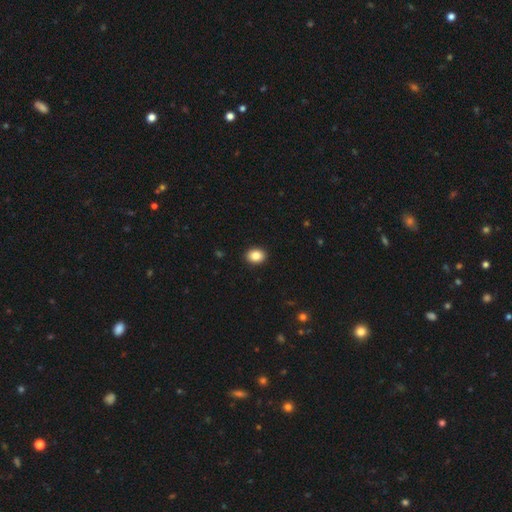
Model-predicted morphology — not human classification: Smooth or featured?
  - smooth: 86% *
  - star or artifact: 9%
  - featured or disk: 5%
How rounded?
  - in between: 55% *
  - round: 44%
  - cigar-shaped: 1%
Merging?
  - none: 92% *
  - minor disturbance: 6%
  - major disturbance: 2%
  - merger: 1%